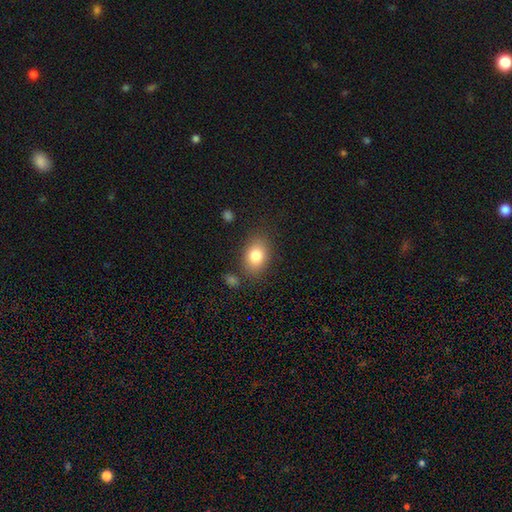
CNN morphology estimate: Smooth or featured? Predicted: smooth (p=0.82). How rounded? Predicted: in between (p=0.76). Merging? Predicted: none (p=0.80).